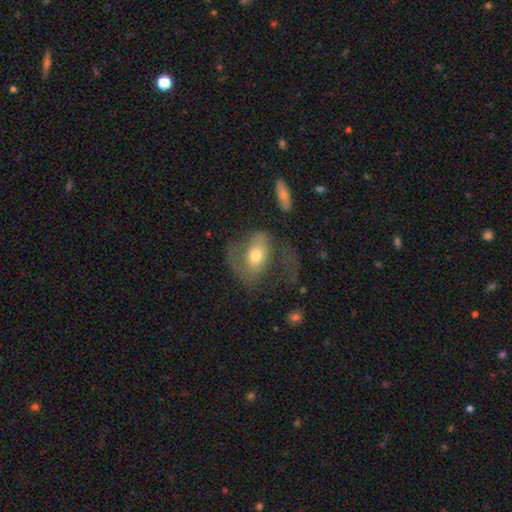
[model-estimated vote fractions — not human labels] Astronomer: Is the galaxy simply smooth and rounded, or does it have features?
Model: featured or disk — 49% (runner-up: smooth, 43%).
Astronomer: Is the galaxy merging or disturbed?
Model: major disturbance — 52% (runner-up: none, 27%).